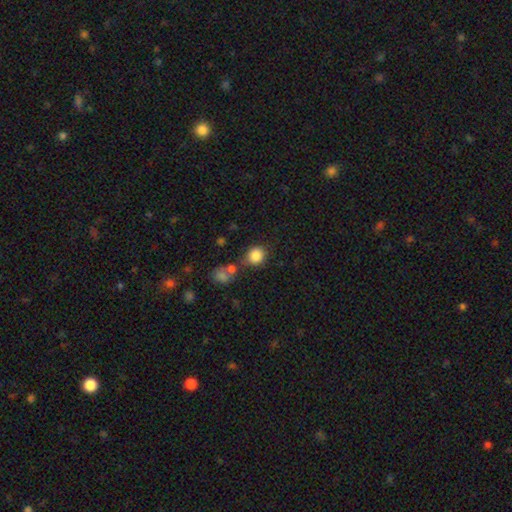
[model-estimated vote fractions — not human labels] Q: Smooth or featured?
A: smooth (85%); runner-up: star or artifact (10%)
Q: How rounded?
A: round (83%); runner-up: in between (16%)
Q: Merging?
A: none (66%); runner-up: merger (16%)